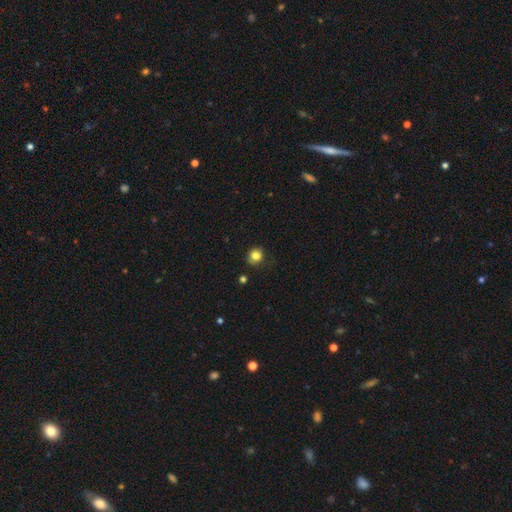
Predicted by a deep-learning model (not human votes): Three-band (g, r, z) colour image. It shows a smooth galaxy with no disk features (82%) that is round (82%). Merging: none (80%).